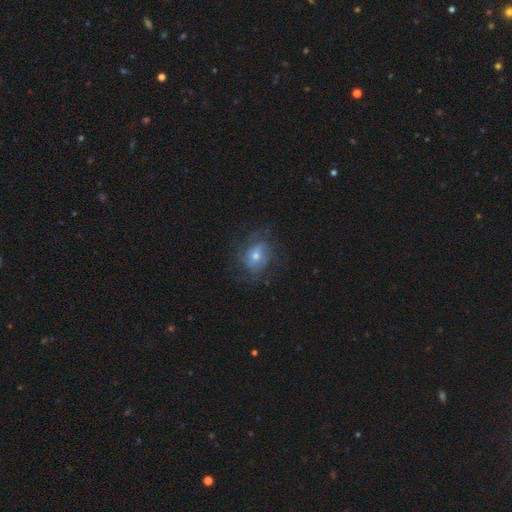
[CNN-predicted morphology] Smooth or featured? featured or disk (67%)
Edge-on disk? no (96%)
Bar? no (53%)
Spiral arms? yes (83%)
Spiral winding? medium (41%)
Spiral arm count? can't tell (42%)
Bulge size? moderate (53%)
Merging? none (69%)